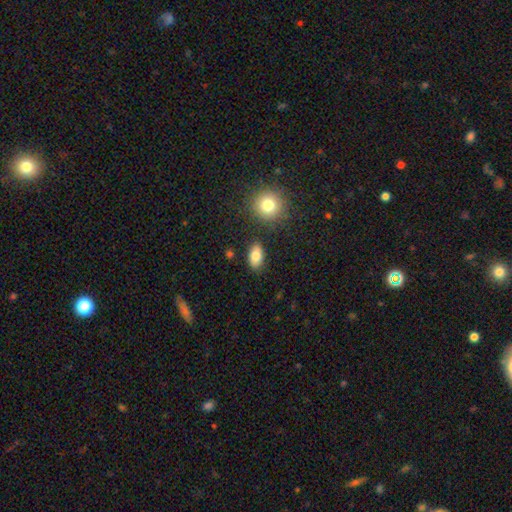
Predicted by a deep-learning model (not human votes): Smooth or featured?
  - smooth: 81% *
  - featured or disk: 11%
  - star or artifact: 8%
How rounded?
  - in between: 90% *
  - round: 7%
  - cigar-shaped: 3%
Merging?
  - none: 85% *
  - minor disturbance: 10%
  - merger: 3%
  - major disturbance: 3%